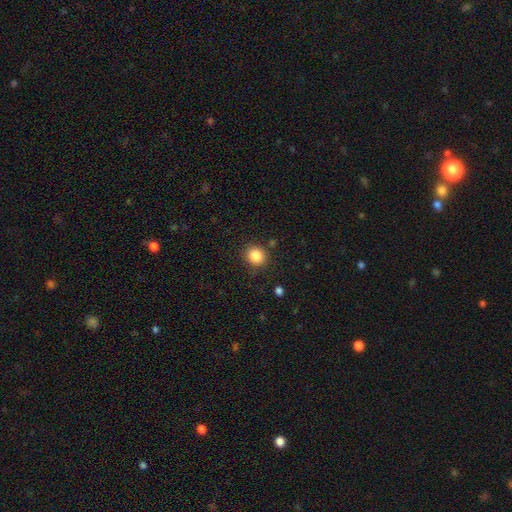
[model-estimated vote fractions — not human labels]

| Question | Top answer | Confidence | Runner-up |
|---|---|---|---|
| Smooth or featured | smooth | 85% | star or artifact (10%) |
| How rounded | round | 80% | in between (20%) |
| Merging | none | 86% | minor disturbance (9%) |